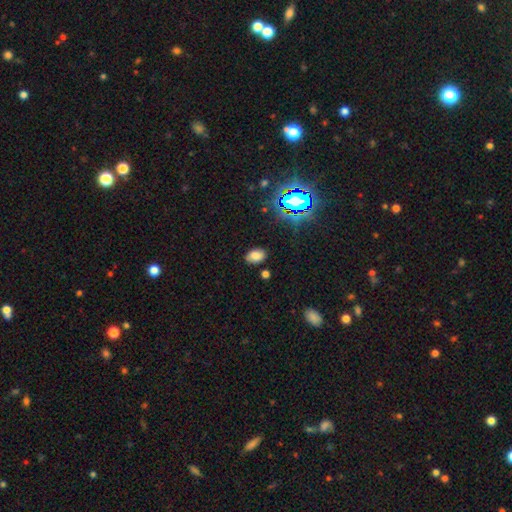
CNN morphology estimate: Smooth or featured? smooth (75%)
How rounded? in between (86%)
Merging? none (84%)